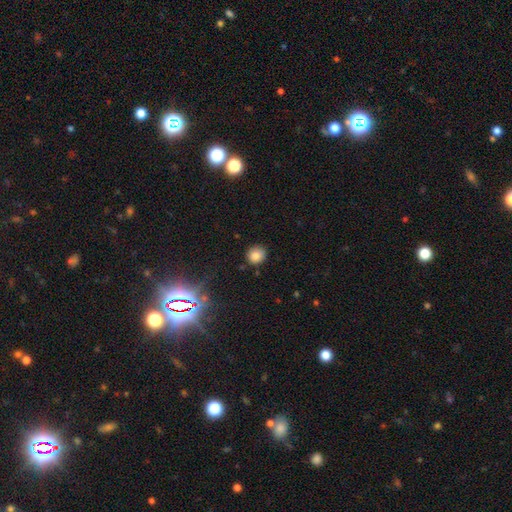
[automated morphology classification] The model was most divided on "smooth or featured": smooth: 80%, star or artifact: 14%, featured or disk: 6%. More confident: how rounded — round (86%); merging — none (84%).